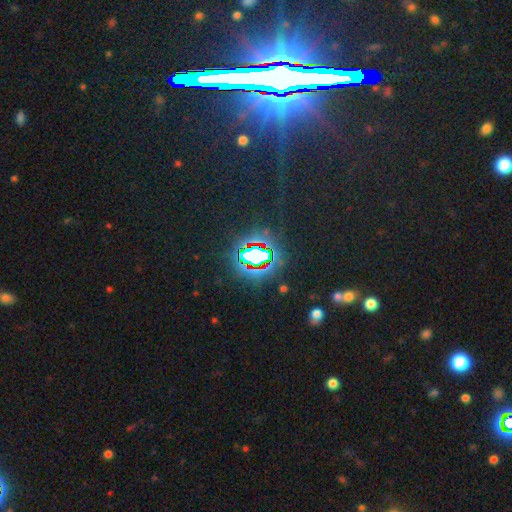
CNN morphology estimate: smooth_or_featured: star or artifact (p=0.72) [alt: smooth p=0.18]